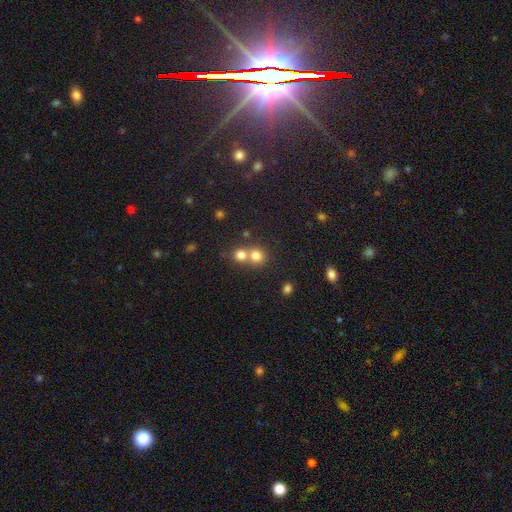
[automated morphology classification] Q: Smooth or featured?
A: smooth (77%); runner-up: star or artifact (14%)
Q: How rounded?
A: round (88%); runner-up: in between (11%)
Q: Merging?
A: merger (50%); runner-up: none (43%)